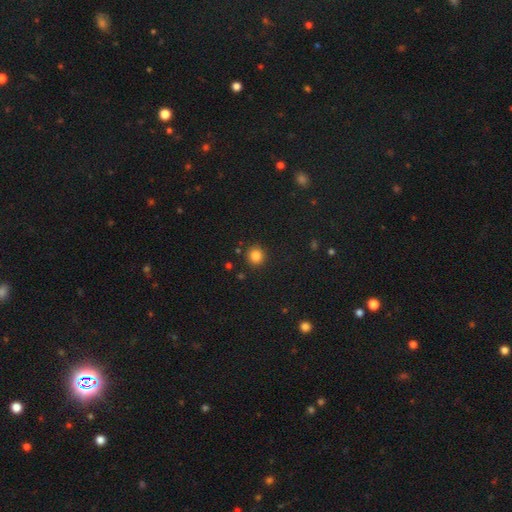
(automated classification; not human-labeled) A smooth galaxy with no disk features (83%) that is round (91%).

Vote fractions:
- Smooth or featured? smooth: 83% / star or artifact: 12% / featured or disk: 5%
- How rounded? round: 91% / in between: 8% / cigar-shaped: 1%
- Merging? none: 89% / minor disturbance: 6% / major disturbance: 2% / merger: 2%